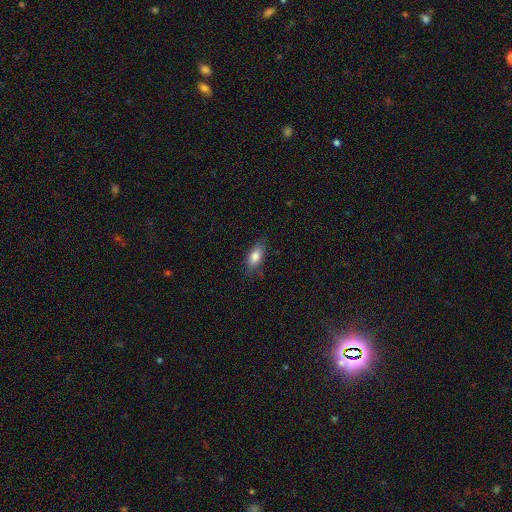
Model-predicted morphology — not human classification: Smooth or featured?
  - smooth: 83% *
  - featured or disk: 10%
  - star or artifact: 7%
How rounded?
  - in between: 85% *
  - cigar-shaped: 11%
  - round: 3%
Merging?
  - none: 78% *
  - minor disturbance: 17%
  - major disturbance: 4%
  - merger: 1%